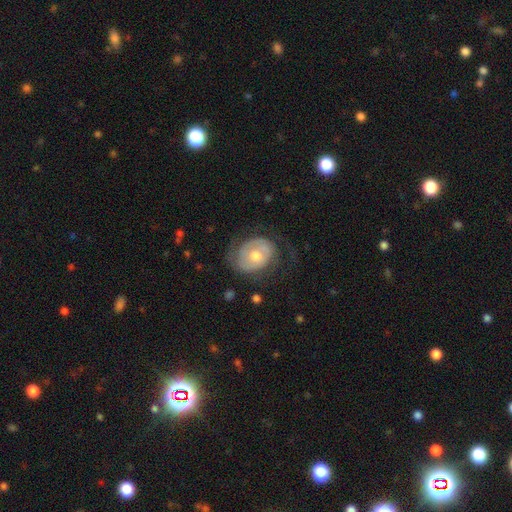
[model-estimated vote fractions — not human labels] A featured or disk galaxy (62%) with no bar (74%), spiral arms (71%) and a moderate central bulge (69%).

Vote fractions:
- Smooth or featured? featured or disk: 62% / smooth: 32% / star or artifact: 6%
- Edge-on disk? no: 96% / yes: 4%
- Bar? no: 74% / weak: 21% / strong: 4%
- Spiral arms? yes: 71% / no: 29%
- Bulge size? moderate: 69% / small: 21% / large: 8% / none: 2% / dominant: 1%
- Merging? none: 55% / major disturbance: 22% / minor disturbance: 22% / merger: 2%